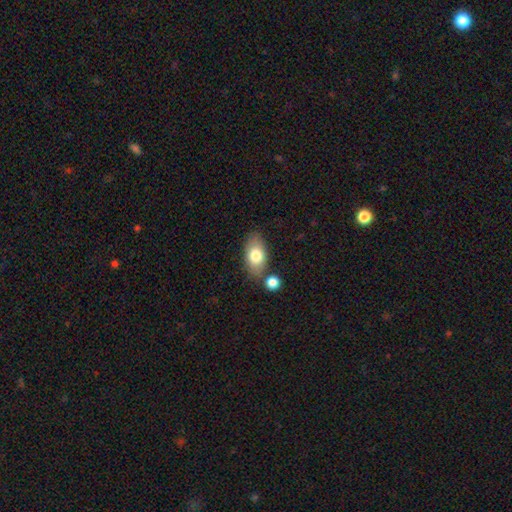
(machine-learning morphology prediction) The model was most divided on "merging": none: 72%, minor disturbance: 13%, merger: 12%, major disturbance: 3%. More confident: how rounded — in between (90%); smooth or featured — smooth (77%).